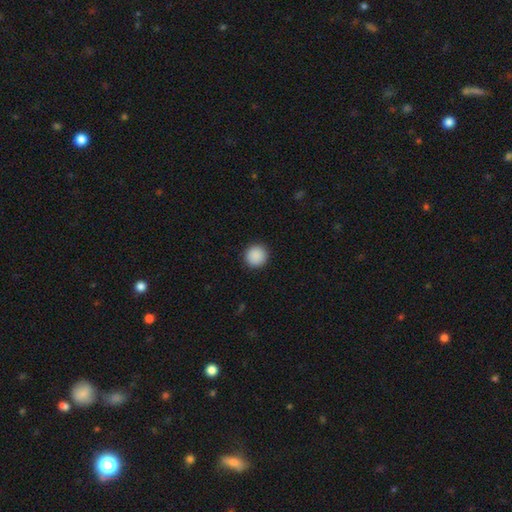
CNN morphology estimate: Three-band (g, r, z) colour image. It shows a smooth galaxy with no disk features (90%) that is round (95%). Merging: none (93%).